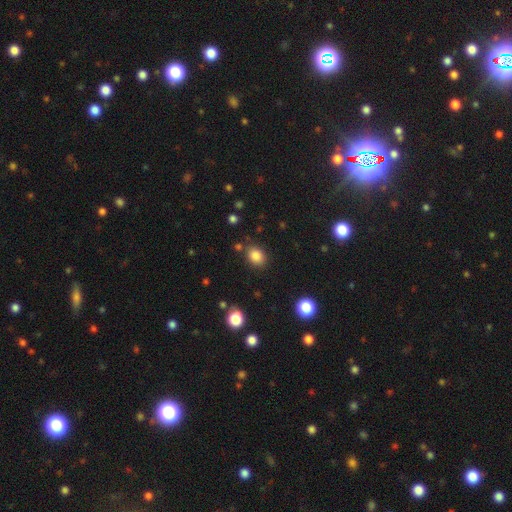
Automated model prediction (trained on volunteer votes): smooth 84%, star or artifact 11%, featured or disk 5%. Down the decision tree: how rounded — in between (53%); merging — none (82%).